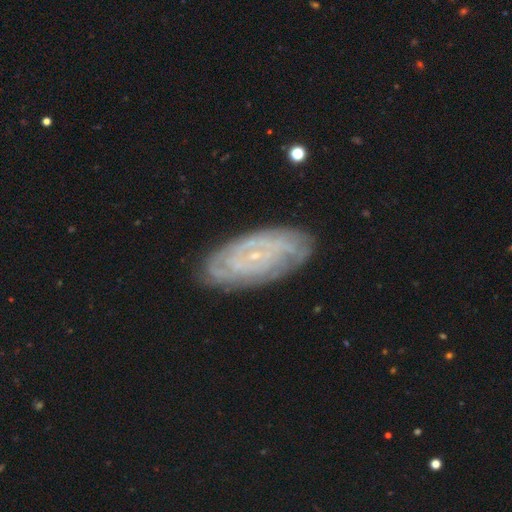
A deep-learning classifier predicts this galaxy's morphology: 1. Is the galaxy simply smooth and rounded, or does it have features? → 81% featured or disk, 12% smooth, 7% star or artifact.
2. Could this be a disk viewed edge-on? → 93% no, 7% yes.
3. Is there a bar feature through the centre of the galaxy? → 70% no, 23% weak, 7% strong.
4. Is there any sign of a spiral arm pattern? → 93% yes, 7% no.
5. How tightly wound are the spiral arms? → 77% tight, 18% medium, 5% loose.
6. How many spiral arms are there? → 42% can't tell, 19% 2, 12% 3, 12% 4, 8% more than 4, 6% 1.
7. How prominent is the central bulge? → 87% small, 7% moderate, 4% none, 1% large, 1% dominant.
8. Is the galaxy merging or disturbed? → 82% none, 14% minor disturbance, 3% major disturbance, 1% merger.